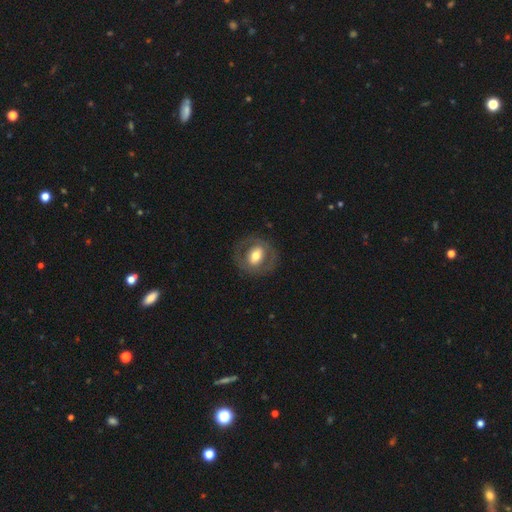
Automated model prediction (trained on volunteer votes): smooth_or_featured: featured or disk (p=0.47) [alt: smooth p=0.46]
merging: none (p=0.79) [alt: minor disturbance p=0.12]